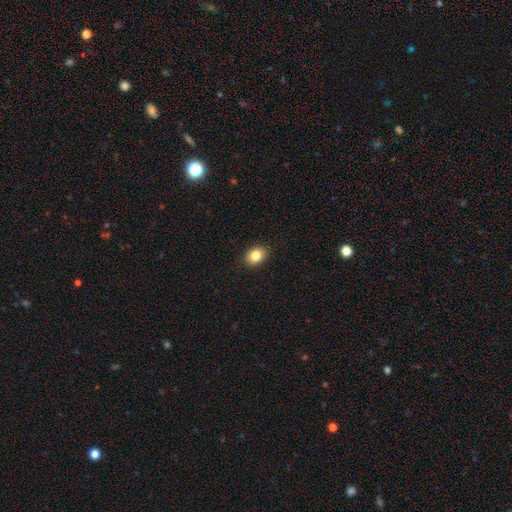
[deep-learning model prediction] smooth-or-featured: smooth: 84% | star or artifact: 9% | featured or disk: 7%
  how-rounded: in between: 65% | round: 34% | cigar-shaped: 1%
  merging: none: 90% | minor disturbance: 7% | major disturbance: 2% | merger: 1%